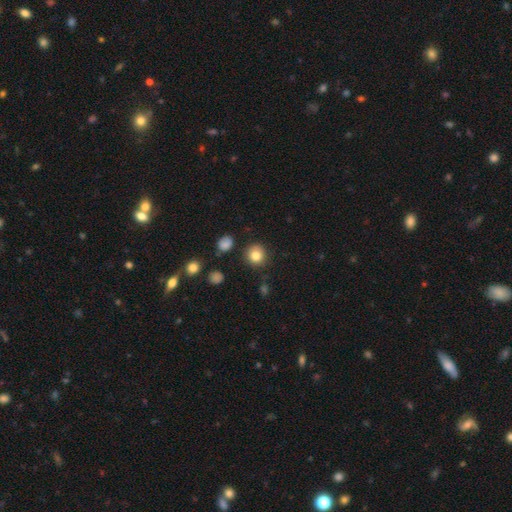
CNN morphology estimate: Smooth or featured: smooth — 83% (star or artifact — 11%)
How rounded: round — 91% (in between — 8%)
Merging: none — 88% (minor disturbance — 8%)